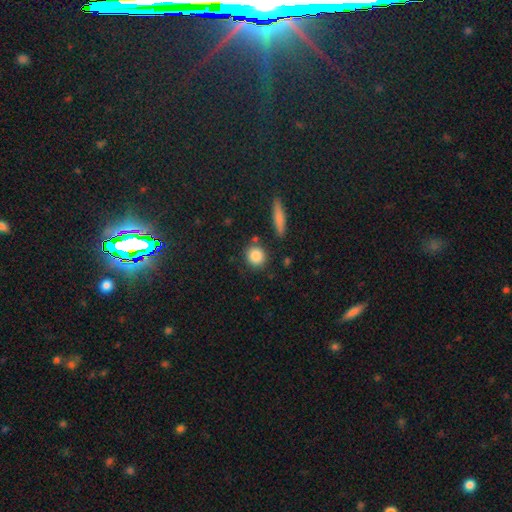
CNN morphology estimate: smooth 86%, star or artifact 8%, featured or disk 6%. Down the decision tree: how rounded — round (82%); merging — none (82%).